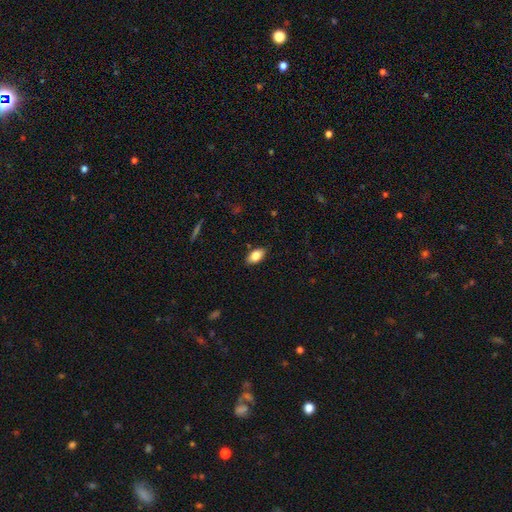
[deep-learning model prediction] Smooth or featured? Predicted: smooth (p=0.83). How rounded? Predicted: in between (p=0.92). Merging? Predicted: none (p=0.87).